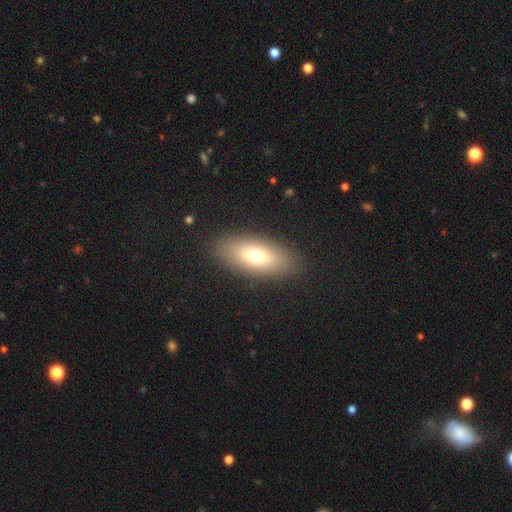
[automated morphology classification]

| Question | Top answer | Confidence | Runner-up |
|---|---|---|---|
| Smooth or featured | smooth | 72% | featured or disk (20%) |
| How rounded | in between | 81% | cigar-shaped (16%) |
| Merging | none | 88% | minor disturbance (8%) |